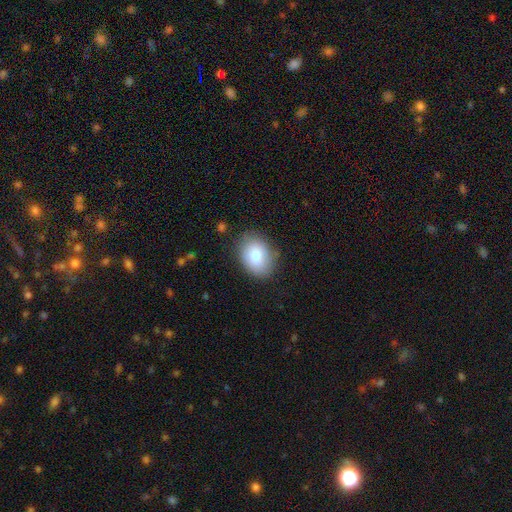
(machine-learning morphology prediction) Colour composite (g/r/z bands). It shows a smooth galaxy with no disk features (79%) that is in between round and cigar-shaped (79%). Merging: none (81%).